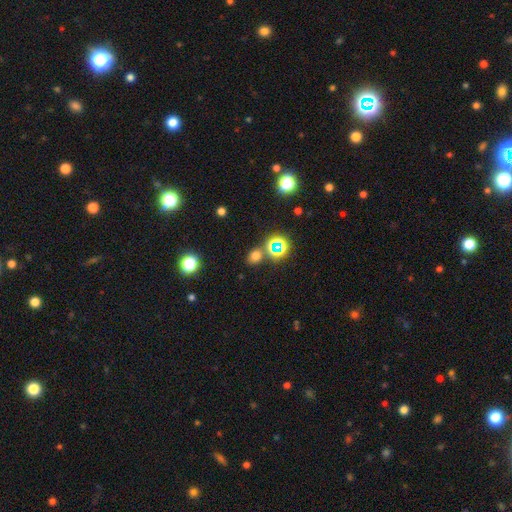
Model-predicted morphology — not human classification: This appears to be a smooth galaxy with no disk features (61%) that is round (57%). Merging: none (74%).